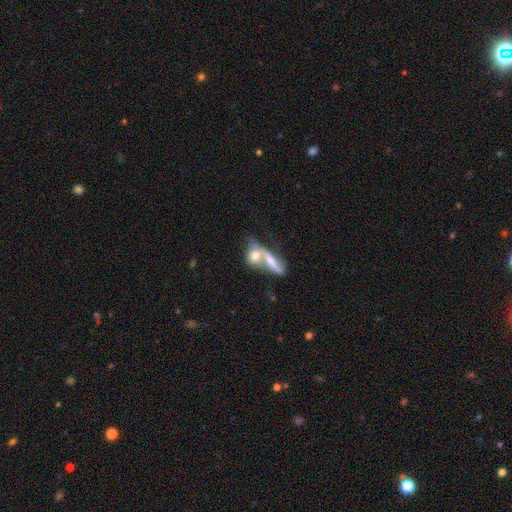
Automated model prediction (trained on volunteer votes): smooth_or_featured: smooth (p=0.58) [alt: featured or disk p=0.35]
how_rounded: in between (p=0.49) [alt: round p=0.33]
merging: merger (p=0.68) [alt: none p=0.19]